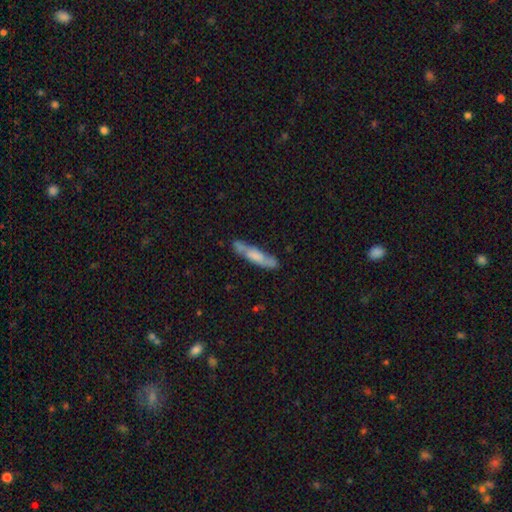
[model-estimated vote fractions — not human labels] A smooth galaxy with no disk features (58%) that is cigar-shaped (83%). Merging: none (66%).